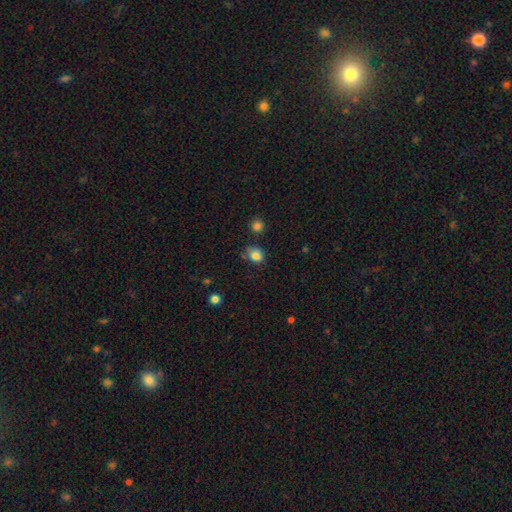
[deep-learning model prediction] This is clearly a smooth galaxy (81%). How rounded: possibly round (53%). Merging: likely none (63%).